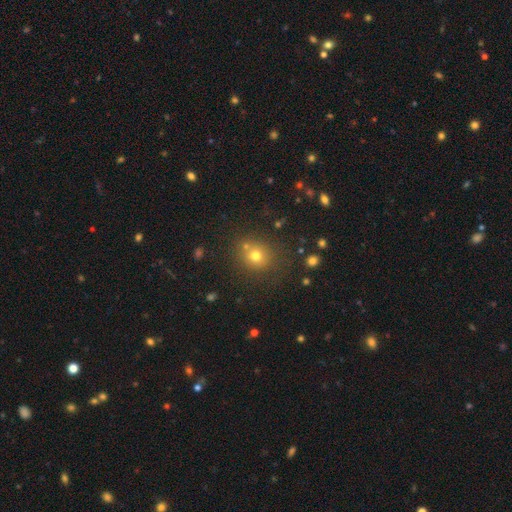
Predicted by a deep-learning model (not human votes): smooth_or_featured: smooth (p=0.71) [alt: star or artifact p=0.18]
how_rounded: round (p=0.83) [alt: in between p=0.16]
merging: none (p=0.74) [alt: merger p=0.11]